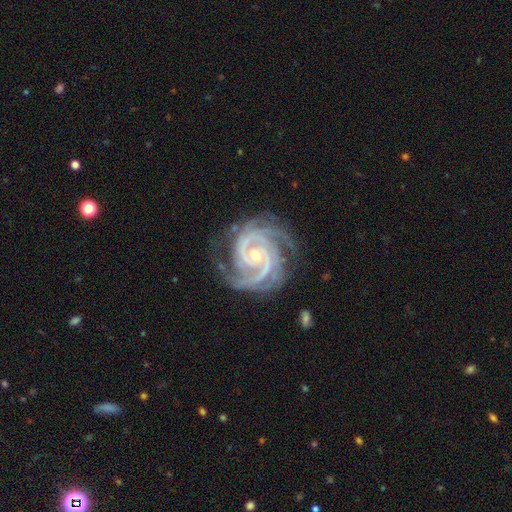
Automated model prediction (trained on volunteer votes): Overall: featured or disk (94%). Edge-on disk: no (98%). Bar: no (54%; weak 31%). Spiral arms: yes (99%). Spiral arm count: 3 (36%; 2 31%). Spiral winding: tight (70%). Bulge size: small (53%; moderate 44%). Merging: none (75%).